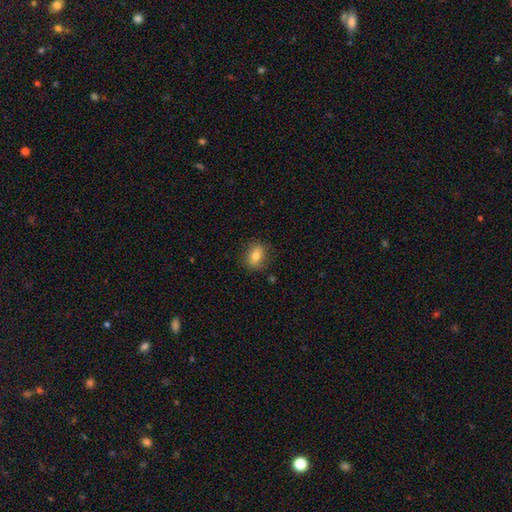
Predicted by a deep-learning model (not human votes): Smooth or featured: smooth — 76% (featured or disk — 15%)
How rounded: in between — 70% (round — 26%)
Merging: none — 80% (minor disturbance — 15%)